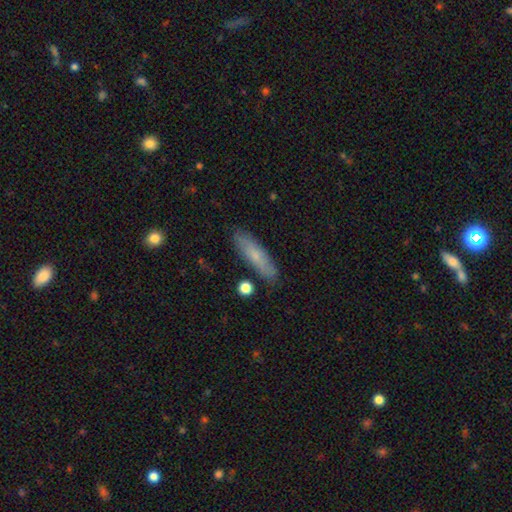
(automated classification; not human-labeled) This is likely a smooth galaxy (69%). How rounded: likely cigar-shaped (73%). Merging: clearly none (85%).